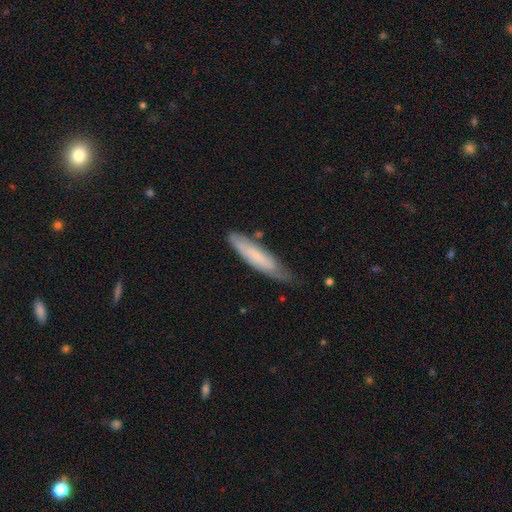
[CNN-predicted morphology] Smooth or featured? Predicted: smooth (p=0.62). How rounded? Predicted: cigar-shaped (p=0.80). Merging? Predicted: none (p=0.60).